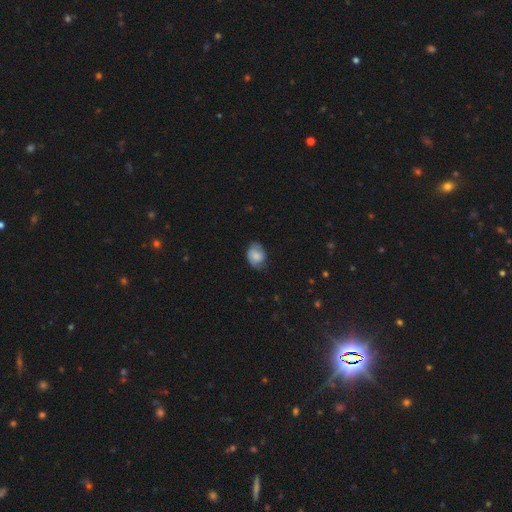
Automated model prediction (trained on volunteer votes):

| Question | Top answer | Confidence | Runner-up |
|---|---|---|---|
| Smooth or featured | smooth | 70% | featured or disk (22%) |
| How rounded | in between | 61% | round (38%) |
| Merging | none | 62% | minor disturbance (30%) |